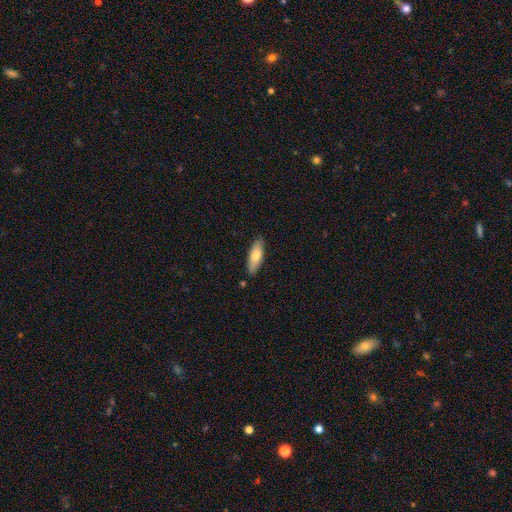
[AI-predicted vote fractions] Overall: smooth (72%). How rounded: in between (58%; cigar-shaped 40%). Merging: none (85%).